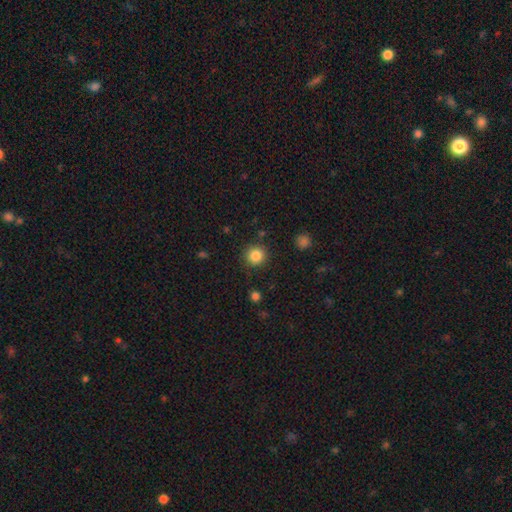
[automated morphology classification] type=smooth (84%); roundness=round (94%); merging=none (89%).